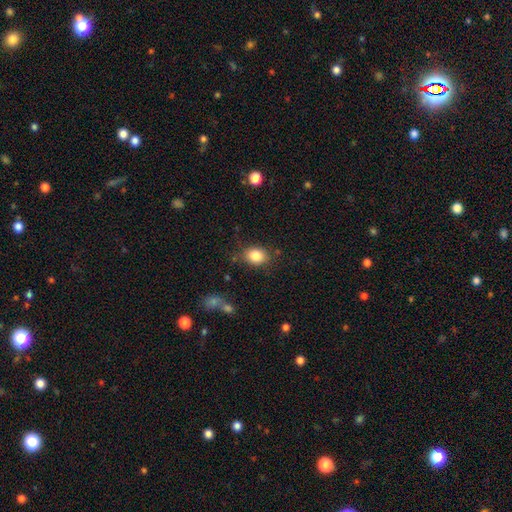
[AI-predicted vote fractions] Overall: smooth (84%). How rounded: in between (50%; round 49%). Merging: none (79%).